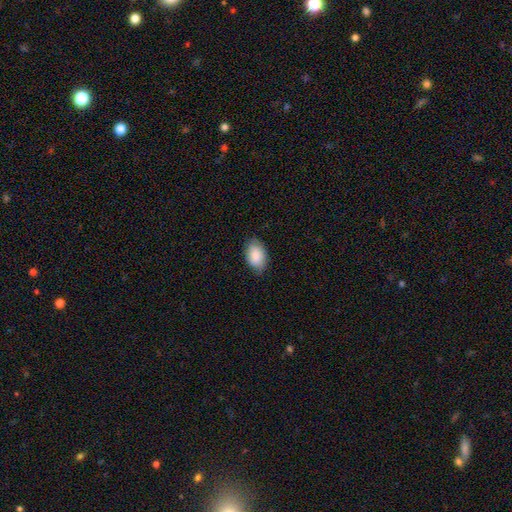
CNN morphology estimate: smooth-or-featured: smooth: 86% | featured or disk: 7% | star or artifact: 6%
  how-rounded: in between: 90% | round: 9% | cigar-shaped: 1%
  merging: none: 74% | minor disturbance: 22% | major disturbance: 4% | merger: 1%